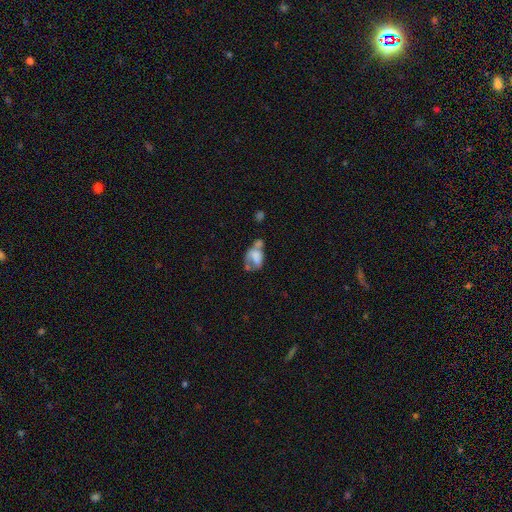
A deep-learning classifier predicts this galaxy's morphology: smooth_or_featured: smooth (p=0.53) [alt: featured or disk p=0.36]
how_rounded: in between (p=0.80) [alt: round p=0.17]
merging: merger (p=0.42) [alt: major disturbance p=0.26]